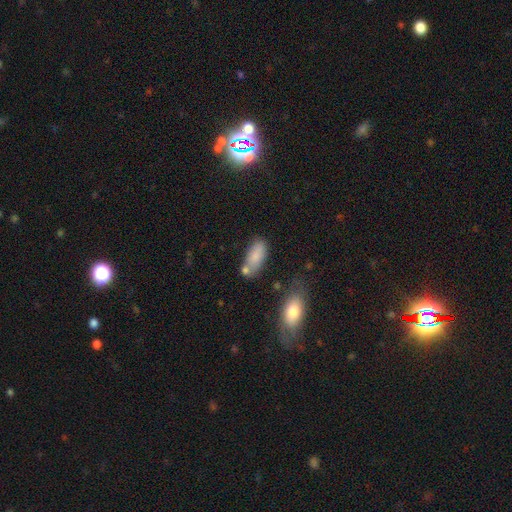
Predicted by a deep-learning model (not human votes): Smooth or featured: smooth — 83% (featured or disk — 10%)
How rounded: in between — 85% (cigar-shaped — 13%)
Merging: none — 52% (minor disturbance — 22%)